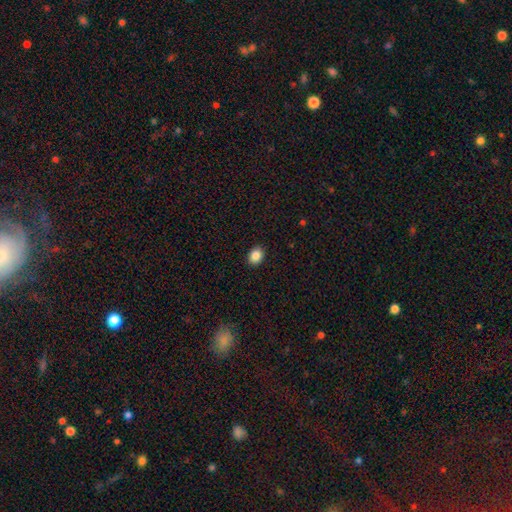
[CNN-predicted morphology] Smooth or featured? smooth (87%)
How rounded? in between (52%)
Merging? none (92%)